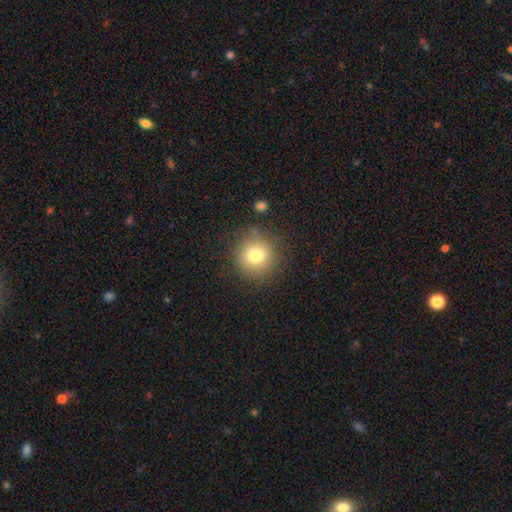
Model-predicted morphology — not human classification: Smooth or featured: smooth — 77% (star or artifact — 12%)
How rounded: round — 93% (in between — 6%)
Merging: none — 83% (minor disturbance — 10%)